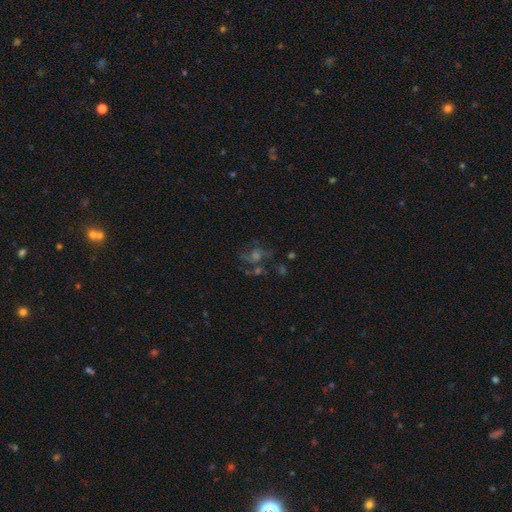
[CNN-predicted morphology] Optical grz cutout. It shows a featured or disk galaxy (42%). Merging: none (53%).